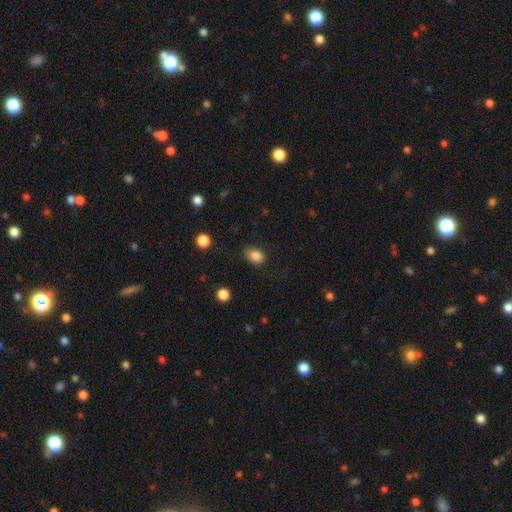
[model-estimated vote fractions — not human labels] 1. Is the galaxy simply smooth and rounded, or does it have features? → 85% smooth, 10% star or artifact, 5% featured or disk.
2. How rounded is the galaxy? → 66% in between, 33% round, 1% cigar-shaped.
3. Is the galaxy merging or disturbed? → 69% none, 23% minor disturbance, 6% major disturbance, 1% merger.